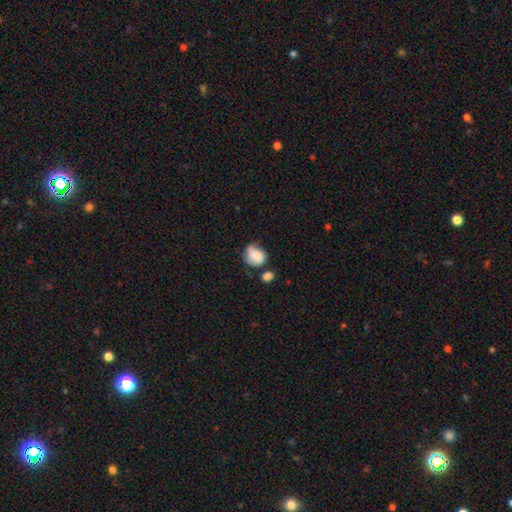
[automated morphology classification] smooth 54%, featured or disk 37%, star or artifact 9%. Down the decision tree: how rounded — round (60%); merging — none (43%).